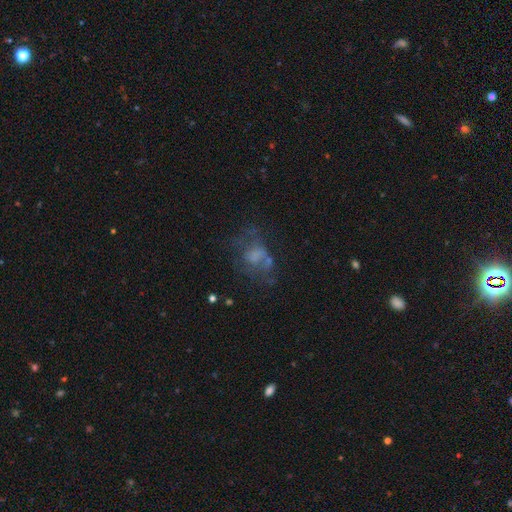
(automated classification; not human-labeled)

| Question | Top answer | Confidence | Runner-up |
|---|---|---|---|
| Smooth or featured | featured or disk | 44% | smooth (38%) |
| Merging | none | 37% | major disturbance (35%) |